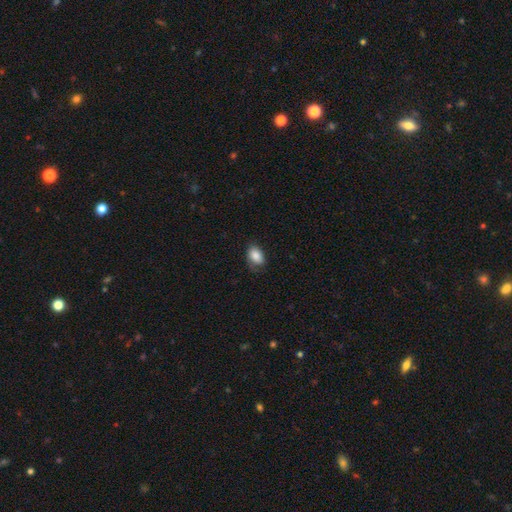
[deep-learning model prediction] Smooth or featured? smooth (85%)
How rounded? in between (84%)
Merging? none (67%)